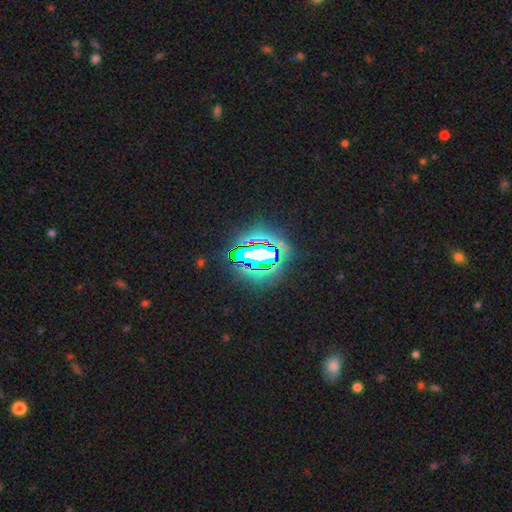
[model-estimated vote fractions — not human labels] This appears to be a star or artifact, not a galaxy (71%).